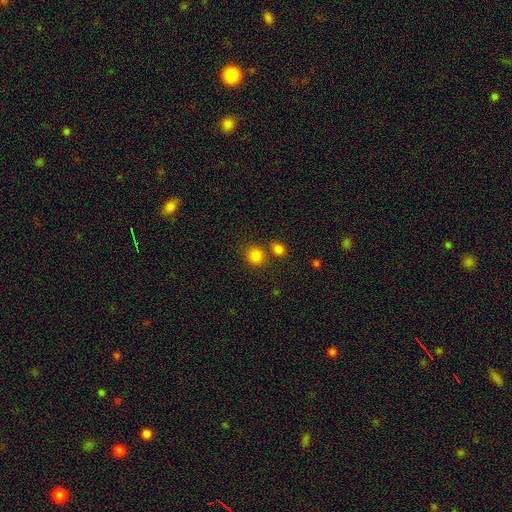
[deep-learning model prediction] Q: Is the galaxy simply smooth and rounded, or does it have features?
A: smooth — 83%.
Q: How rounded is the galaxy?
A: round — 83%.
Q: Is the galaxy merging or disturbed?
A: none — 70%.